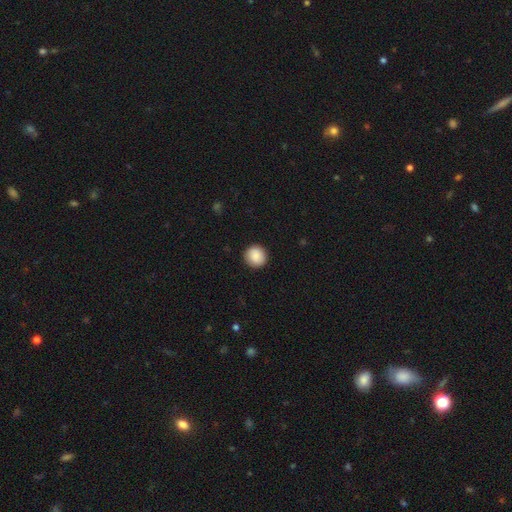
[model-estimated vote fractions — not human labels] Smooth or featured: smooth — 87% (star or artifact — 7%)
How rounded: round — 94% (in between — 5%)
Merging: none — 91% (minor disturbance — 6%)